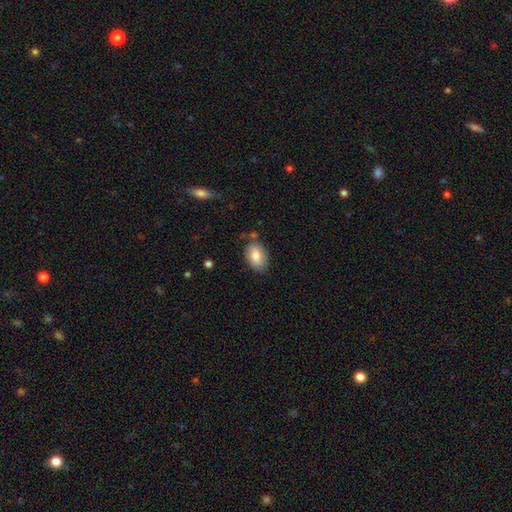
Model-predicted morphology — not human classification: smooth_or_featured: smooth (p=0.80) [alt: featured or disk p=0.13]
how_rounded: in between (p=0.89) [alt: round p=0.09]
merging: none (p=0.72) [alt: minor disturbance p=0.19]